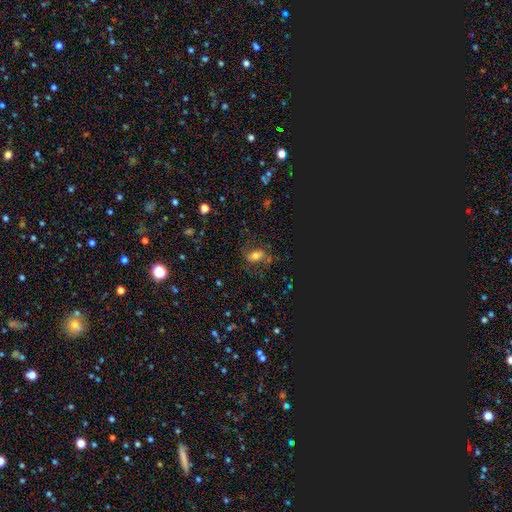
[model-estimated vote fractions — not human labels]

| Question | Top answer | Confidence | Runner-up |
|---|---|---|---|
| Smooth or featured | smooth | 43% | featured or disk (32%) |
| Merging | none | 64% | minor disturbance (19%) |